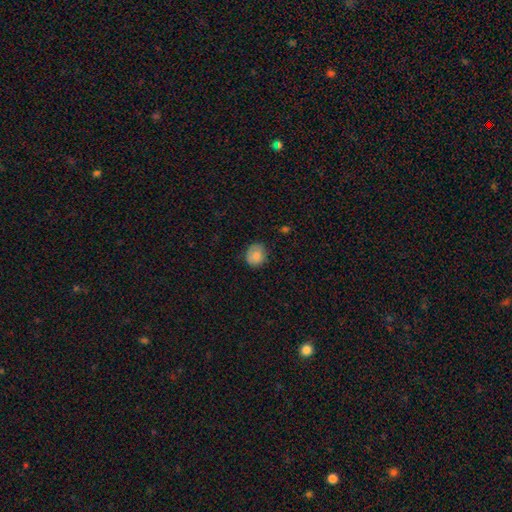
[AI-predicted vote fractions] smooth_or_featured: smooth (p=0.82) [alt: featured or disk p=0.10]
how_rounded: round (p=0.76) [alt: in between p=0.23]
merging: none (p=0.78) [alt: minor disturbance p=0.18]